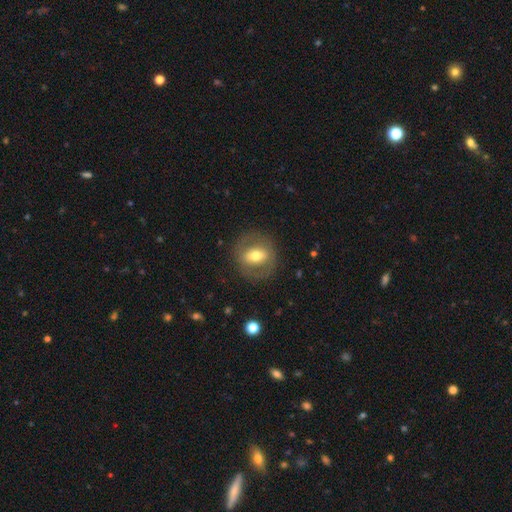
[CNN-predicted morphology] Smooth or featured: featured or disk — 49% (smooth — 44%)
Merging: none — 80% (minor disturbance — 11%)